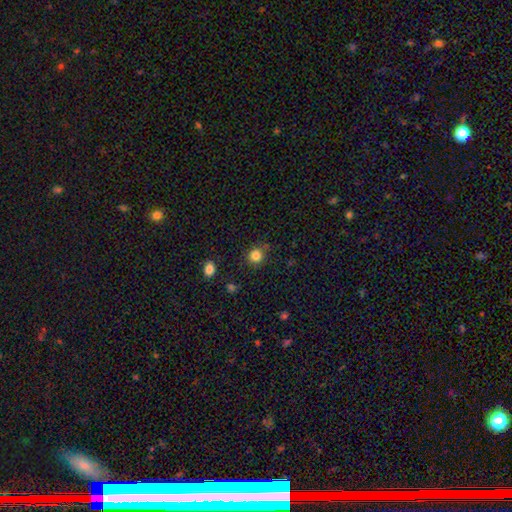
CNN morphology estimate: smooth_or_featured: smooth (p=0.84) [alt: star or artifact p=0.12]
how_rounded: round (p=0.90) [alt: in between p=0.09]
merging: none (p=0.83) [alt: minor disturbance p=0.11]